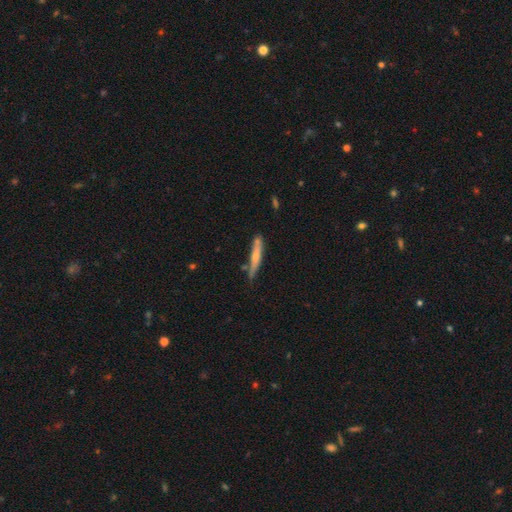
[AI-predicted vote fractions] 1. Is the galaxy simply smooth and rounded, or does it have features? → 53% smooth, 41% featured or disk, 6% star or artifact.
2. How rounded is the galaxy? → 93% cigar-shaped, 6% in between, 2% round.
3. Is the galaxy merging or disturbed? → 67% none, 22% minor disturbance, 7% merger, 4% major disturbance.